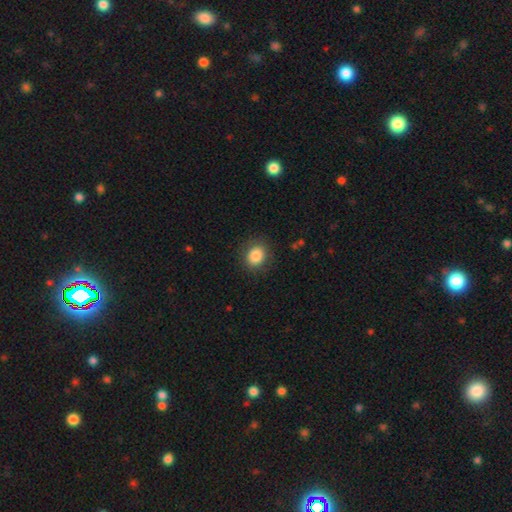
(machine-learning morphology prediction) A smooth galaxy with no disk features (86%) that is round (65%).

Vote fractions:
- Smooth or featured? smooth: 86% / star or artifact: 9% / featured or disk: 6%
- How rounded? round: 65% / in between: 34% / cigar-shaped: 1%
- Merging? none: 86% / minor disturbance: 9% / major disturbance: 3% / merger: 1%